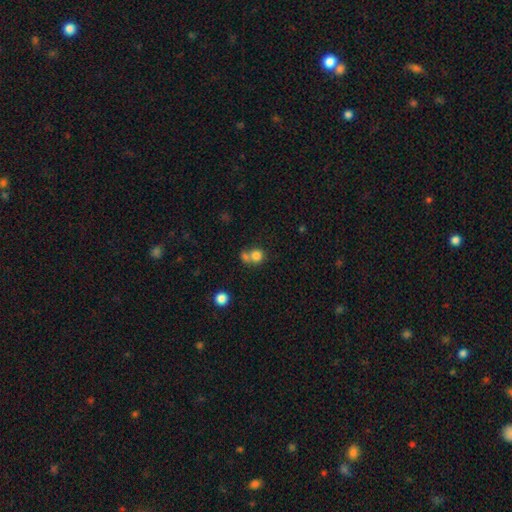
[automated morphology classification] This is likely a smooth galaxy (79%). How rounded: clearly round (81%). Merging: possibly merger (47%).